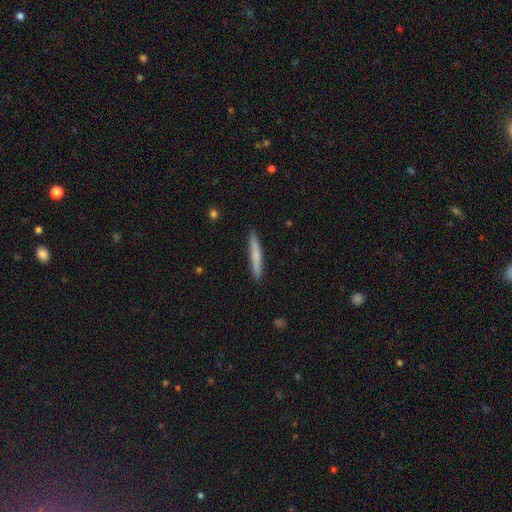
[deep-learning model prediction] smooth_or_featured: smooth (p=0.65) [alt: featured or disk p=0.30]
how_rounded: cigar-shaped (p=0.96) [alt: in between p=0.03]
merging: none (p=0.91) [alt: minor disturbance p=0.06]